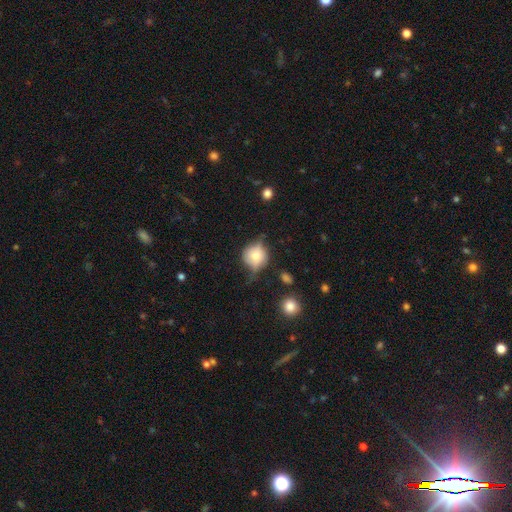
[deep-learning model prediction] This is likely a smooth galaxy (63%). How rounded: clearly round (86%). Merging: possibly none (52%).